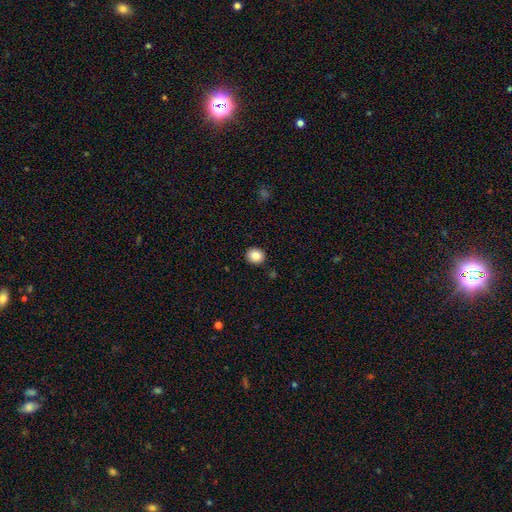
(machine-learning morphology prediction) Smooth or featured? smooth (84%)
How rounded? round (78%)
Merging? none (91%)